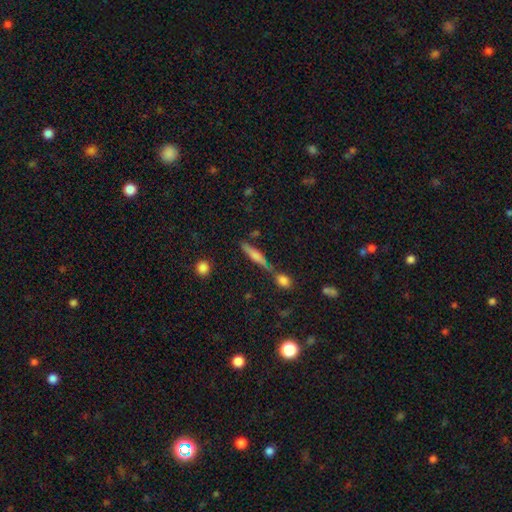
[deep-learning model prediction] This appears to be a smooth galaxy with no disk features (47%). Merging: none (61%).